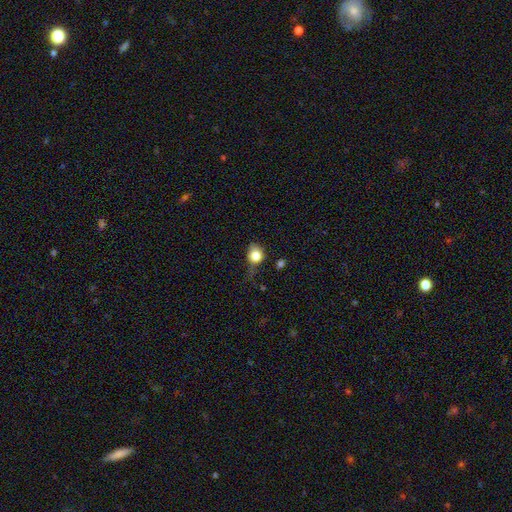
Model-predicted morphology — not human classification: The model was most divided on "merging": none: 39%, minor disturbance: 36%, major disturbance: 21%, merger: 4%. More confident: smooth or featured — smooth (78%); how rounded — round (64%).